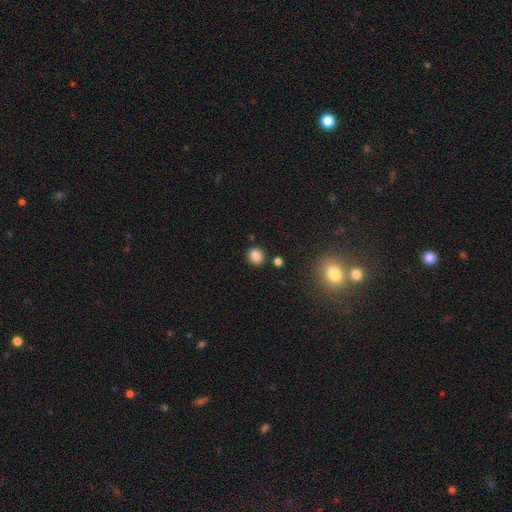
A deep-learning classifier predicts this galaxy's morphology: Overall: smooth (84%). How rounded: round (84%). Merging: none (84%).